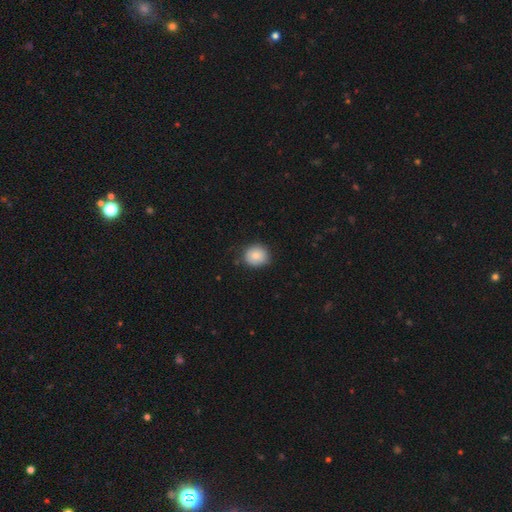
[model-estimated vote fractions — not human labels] This is clearly a smooth galaxy (86%). How rounded: likely round (79%). Merging: likely none (80%).